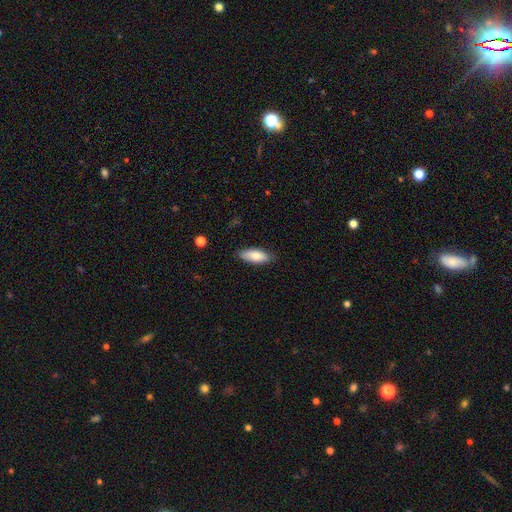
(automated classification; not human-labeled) Smooth or featured? smooth (81%)
How rounded? in between (76%)
Merging? none (83%)